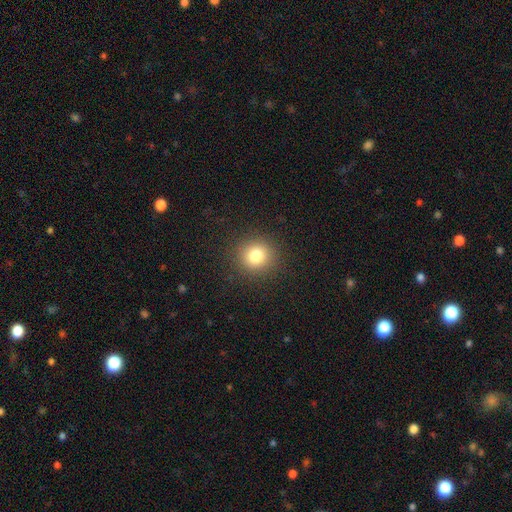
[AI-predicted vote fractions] Smooth or featured? Predicted: smooth (p=0.80). How rounded? Predicted: round (p=0.89). Merging? Predicted: none (p=0.90).